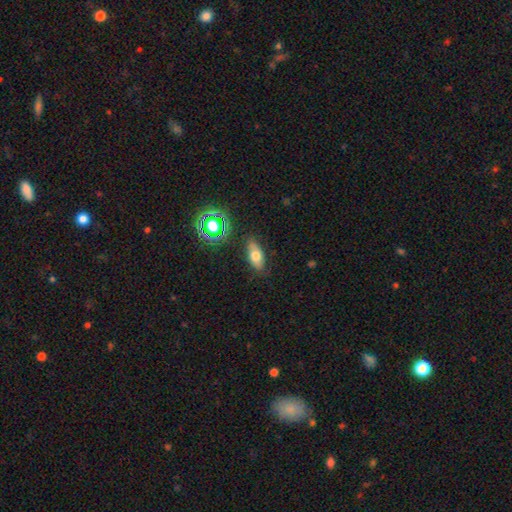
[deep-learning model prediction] Overall: smooth (66%). How rounded: in between (78%). Merging: none (80%).